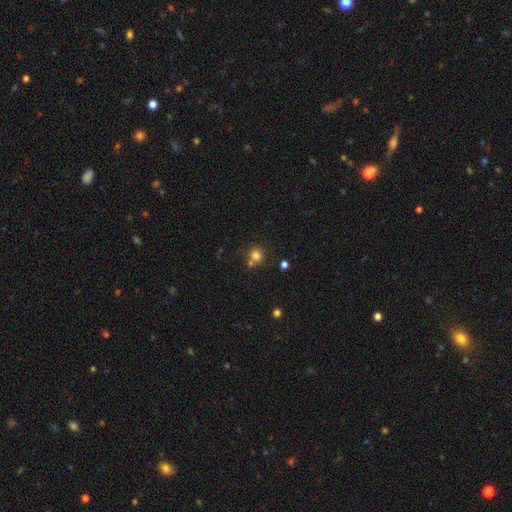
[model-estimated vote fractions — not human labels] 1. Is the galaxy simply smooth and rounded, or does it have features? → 78% smooth, 14% star or artifact, 8% featured or disk.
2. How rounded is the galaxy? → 87% round, 12% in between, 1% cigar-shaped.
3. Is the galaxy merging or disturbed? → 65% none, 22% merger, 10% minor disturbance, 4% major disturbance.